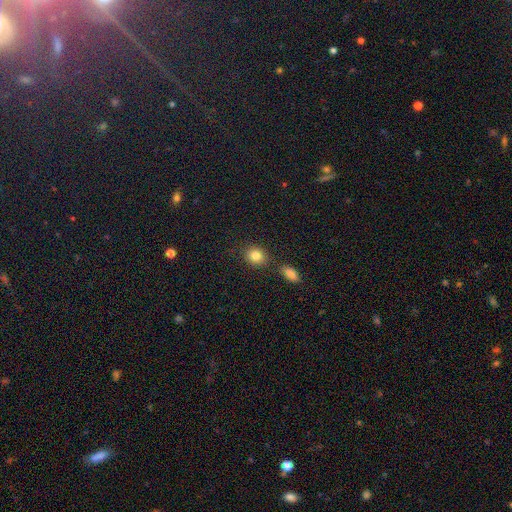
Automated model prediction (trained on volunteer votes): Morphology: type=smooth (84%); roundness=round (63%); merging=none (76%).